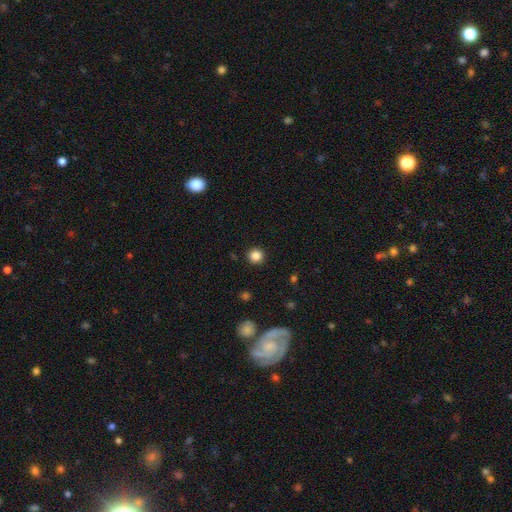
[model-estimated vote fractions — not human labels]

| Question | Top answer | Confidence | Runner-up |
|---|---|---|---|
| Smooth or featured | smooth | 85% | star or artifact (11%) |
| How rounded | round | 94% | in between (5%) |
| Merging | none | 92% | minor disturbance (5%) |